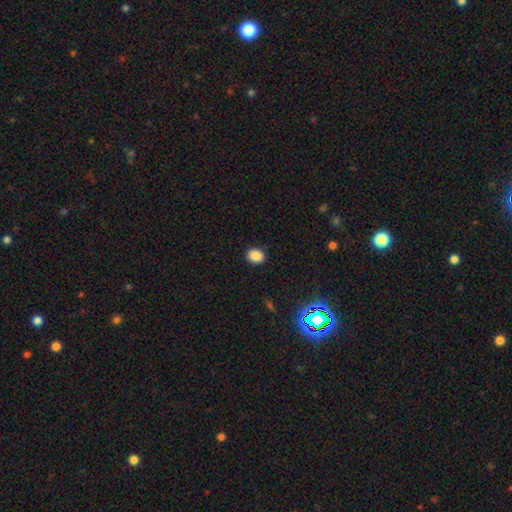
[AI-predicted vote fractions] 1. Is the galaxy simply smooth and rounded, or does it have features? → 87% smooth, 10% star or artifact, 3% featured or disk.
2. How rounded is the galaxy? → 59% in between, 40% round, 1% cigar-shaped.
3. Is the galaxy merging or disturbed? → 89% none, 8% minor disturbance, 2% major disturbance, 1% merger.